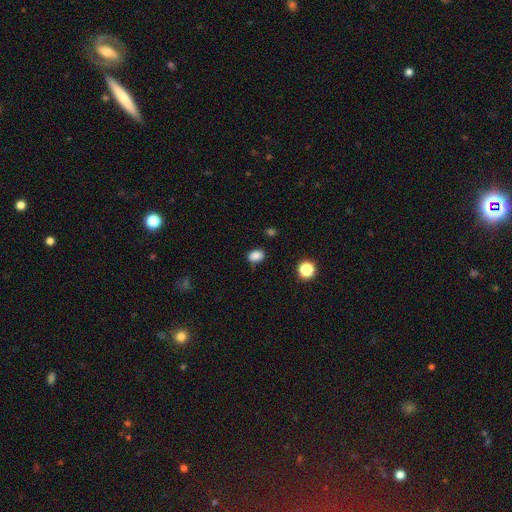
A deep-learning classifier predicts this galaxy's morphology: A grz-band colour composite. It shows a smooth galaxy with no disk features (85%) that is in between round and cigar-shaped (72%). Merging: none (80%).